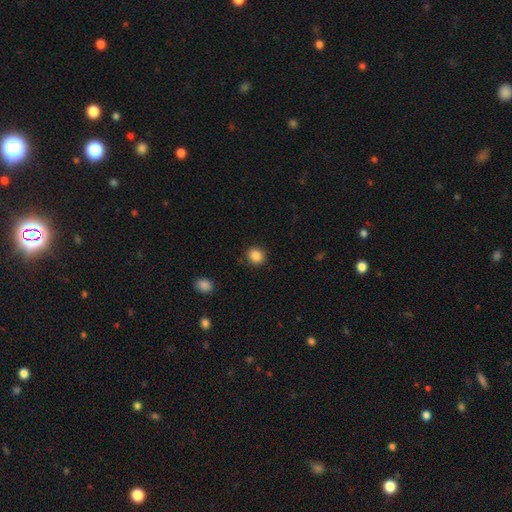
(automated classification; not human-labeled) Smooth or featured: smooth — 87% (star or artifact — 10%)
How rounded: round — 77% (in between — 22%)
Merging: none — 89% (minor disturbance — 8%)